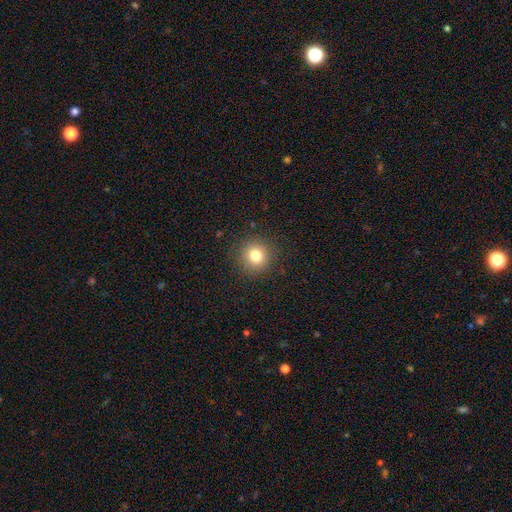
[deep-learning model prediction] A smooth galaxy with no disk features (80%) that is round (92%). Merging: none (89%).